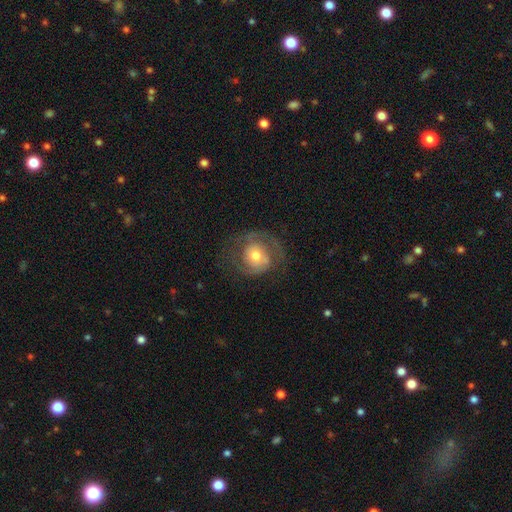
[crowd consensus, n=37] A featured or disk galaxy (73%) with no bar (65%), 2 (70%) tight (65%) spiral arms (88%) and a moderate central bulge (88%). Merging: none (64%).